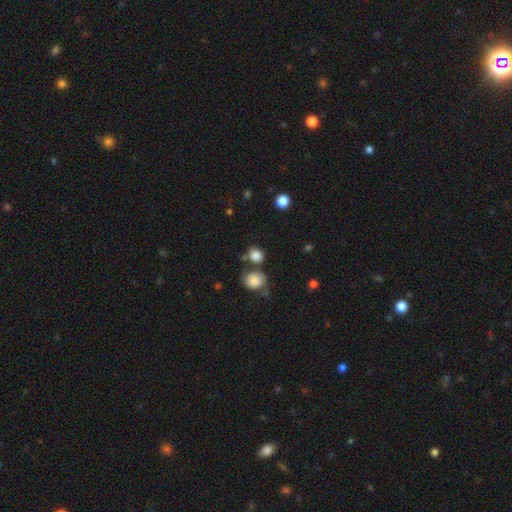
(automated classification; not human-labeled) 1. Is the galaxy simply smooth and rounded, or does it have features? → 84% smooth, 10% star or artifact, 6% featured or disk.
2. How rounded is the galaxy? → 64% round, 35% in between, 1% cigar-shaped.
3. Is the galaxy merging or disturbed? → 63% none, 17% merger, 14% minor disturbance, 5% major disturbance.